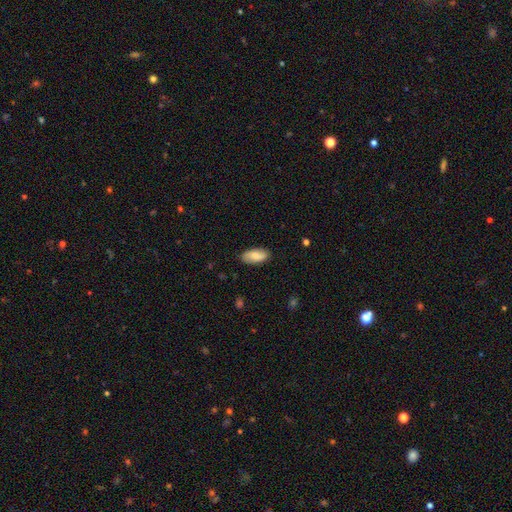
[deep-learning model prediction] Smooth or featured?
  - smooth: 75% *
  - featured or disk: 18%
  - star or artifact: 6%
How rounded?
  - in between: 90% *
  - cigar-shaped: 7%
  - round: 2%
Merging?
  - none: 86% *
  - minor disturbance: 11%
  - major disturbance: 2%
  - merger: 1%